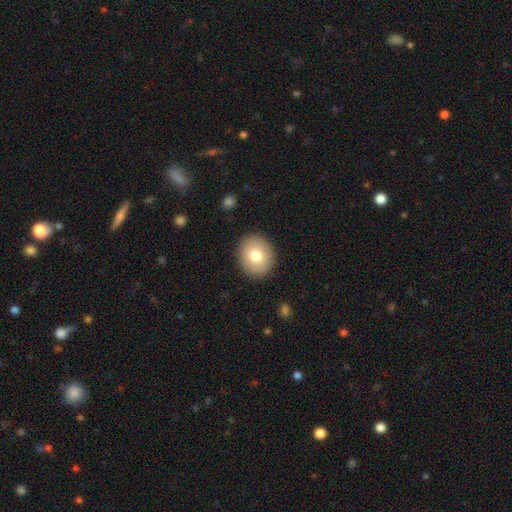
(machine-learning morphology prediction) The model was most divided on "how rounded": round: 69%, in between: 31%, cigar-shaped: 1%. More confident: merging — none (90%); smooth or featured — smooth (78%).